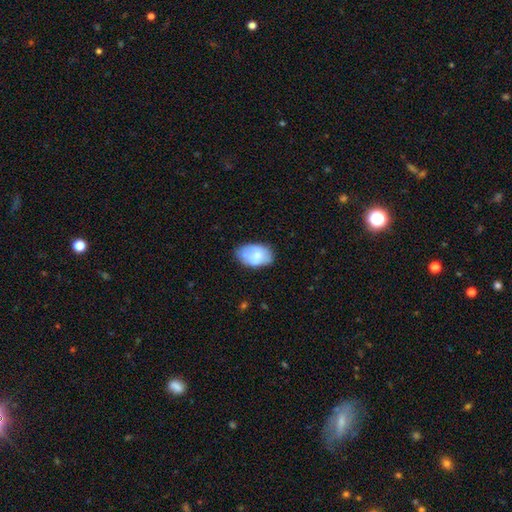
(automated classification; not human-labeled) Morphology: type=smooth (72%); roundness=in between (90%); merging=none (68%).